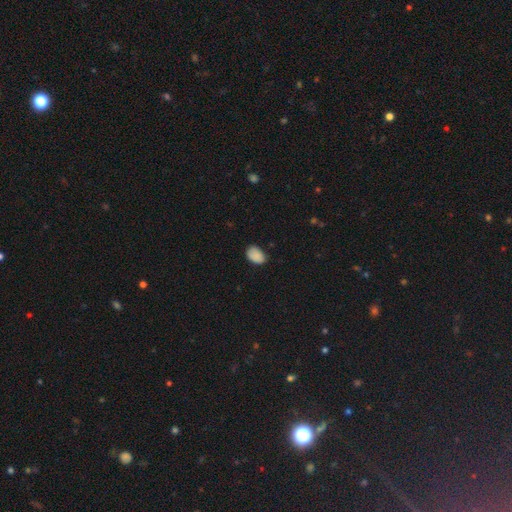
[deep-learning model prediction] A smooth galaxy with no disk features (87%) that is in between round and cigar-shaped (85%). Merging: none (74%).